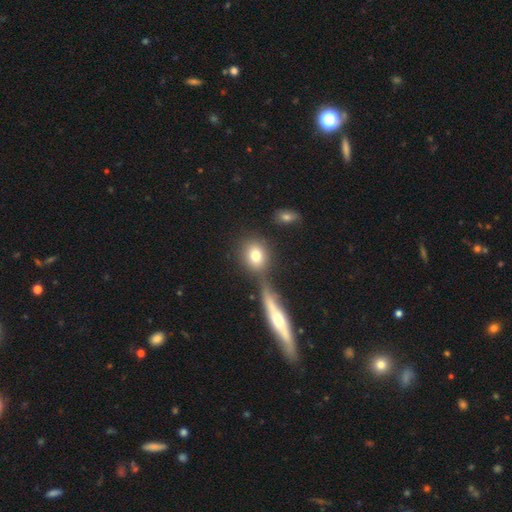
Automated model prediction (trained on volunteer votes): smooth-or-featured: smooth: 77% | featured or disk: 12% | star or artifact: 11%
  how-rounded: round: 69% | in between: 28% | cigar-shaped: 3%
  merging: none: 65% | merger: 19% | minor disturbance: 10% | major disturbance: 5%